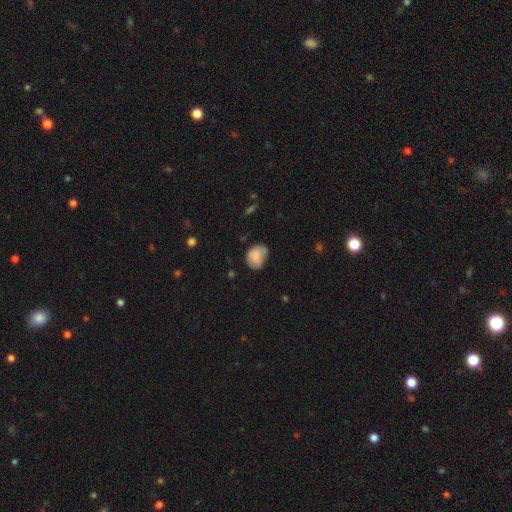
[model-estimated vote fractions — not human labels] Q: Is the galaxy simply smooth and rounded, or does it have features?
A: smooth — 79%.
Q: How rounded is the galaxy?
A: round — 50%.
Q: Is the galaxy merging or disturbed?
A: none — 52%.